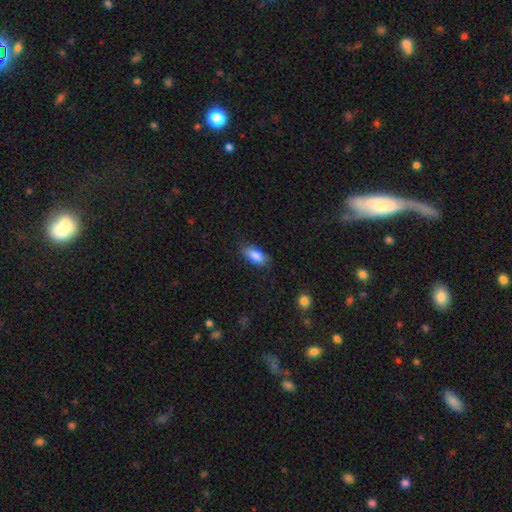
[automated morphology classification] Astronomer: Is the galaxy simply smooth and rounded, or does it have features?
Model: smooth — 84%.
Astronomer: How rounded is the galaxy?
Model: in between — 85%.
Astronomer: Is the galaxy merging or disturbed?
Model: none — 82%.